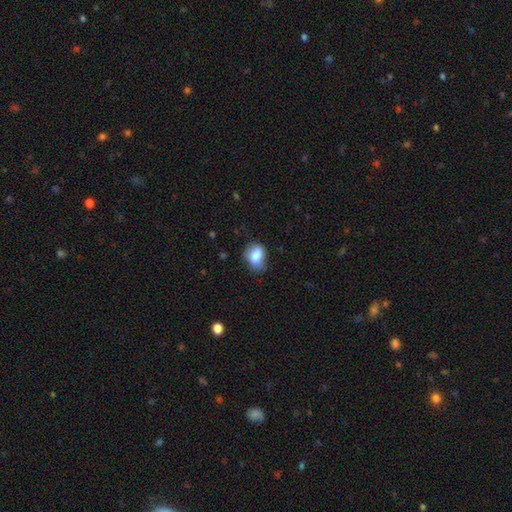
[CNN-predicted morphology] A smooth galaxy with no disk features (80%) that is in between round and cigar-shaped (72%). Merging: none (54%).